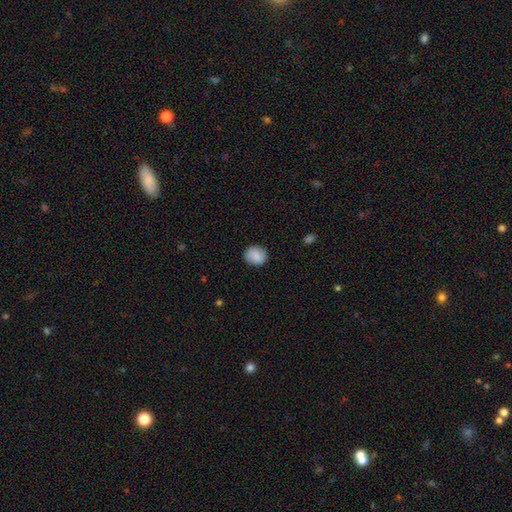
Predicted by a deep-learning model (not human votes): Overall: smooth (84%). How rounded: round (79%). Merging: none (88%).